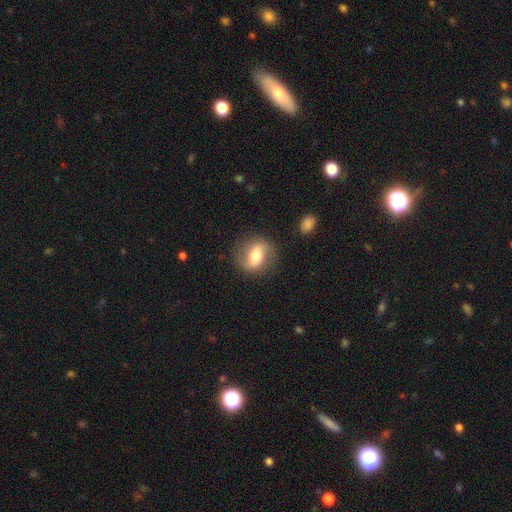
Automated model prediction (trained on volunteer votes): A featured or disk galaxy (49%).

Vote fractions:
- Smooth or featured? featured or disk: 49% / smooth: 44% / star or artifact: 8%
- Merging? none: 79% / minor disturbance: 14% / major disturbance: 5% / merger: 2%